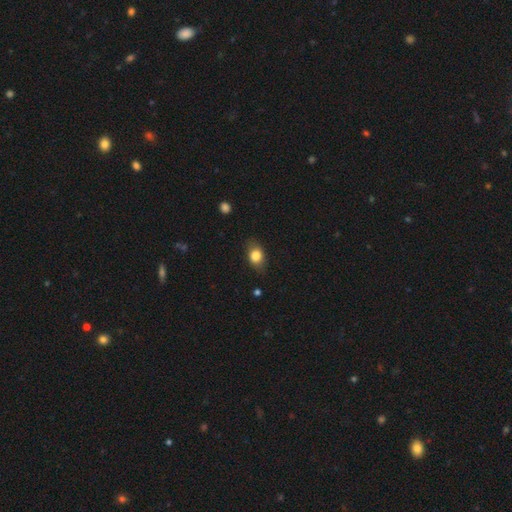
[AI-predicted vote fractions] A smooth galaxy with no disk features (80%) that is in between round and cigar-shaped (71%). Merging: none (77%).